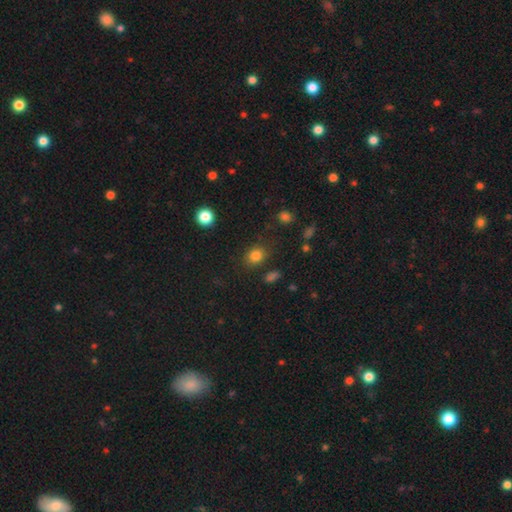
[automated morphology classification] Smooth or featured? Predicted: smooth (p=0.81). How rounded? Predicted: round (p=0.57). Merging? Predicted: none (p=0.78).